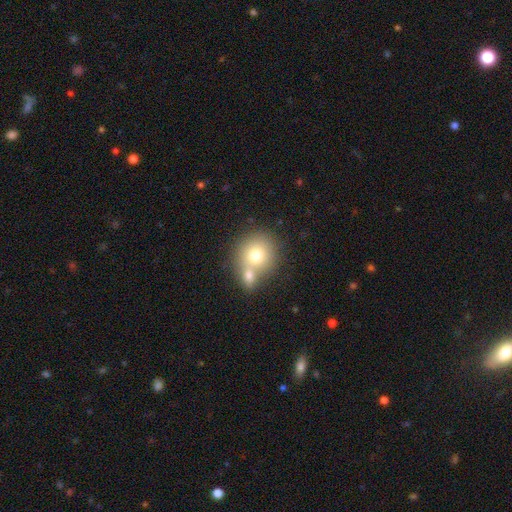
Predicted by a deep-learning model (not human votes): A smooth galaxy with no disk features (73%) that is round (81%).

Vote fractions:
- Smooth or featured? smooth: 73% / featured or disk: 17% / star or artifact: 10%
- How rounded? round: 81% / in between: 18% / cigar-shaped: 1%
- Merging? merger: 46% / none: 42% / minor disturbance: 9% / major disturbance: 3%